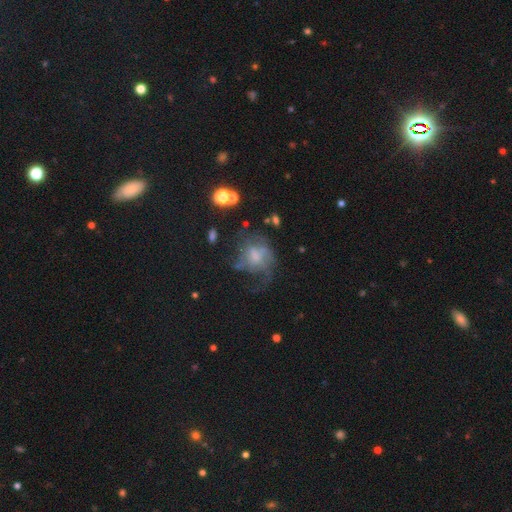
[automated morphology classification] A featured or disk galaxy (56%) with no bar (68%), spiral arms (59%) and a moderate central bulge (32%, tied with small). Merging: major disturbance (44%).